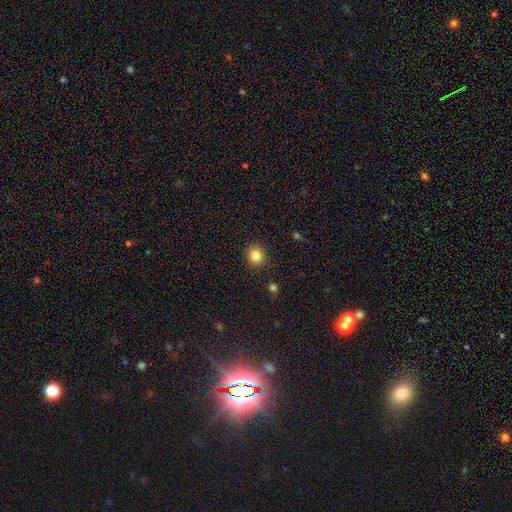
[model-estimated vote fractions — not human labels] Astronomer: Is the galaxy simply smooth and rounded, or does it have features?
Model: smooth — 83%.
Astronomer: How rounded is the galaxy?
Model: round — 83%.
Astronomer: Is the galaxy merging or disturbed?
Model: none — 90%.